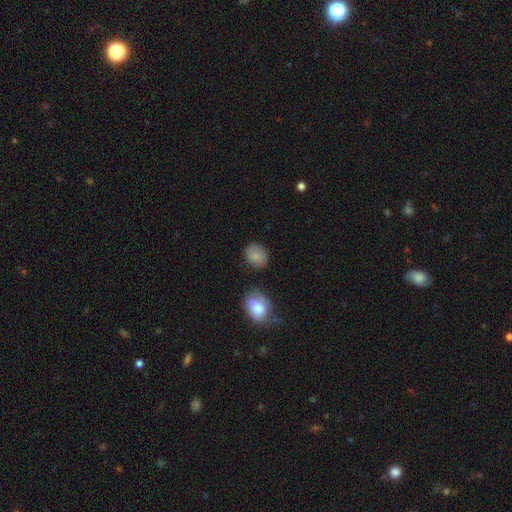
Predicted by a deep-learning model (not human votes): A smooth galaxy with no disk features (80%) that is round (57%).

Vote fractions:
- Smooth or featured? smooth: 80% / featured or disk: 11% / star or artifact: 9%
- How rounded? round: 57% / in between: 42% / cigar-shaped: 1%
- Merging? none: 73% / minor disturbance: 17% / merger: 5% / major disturbance: 4%